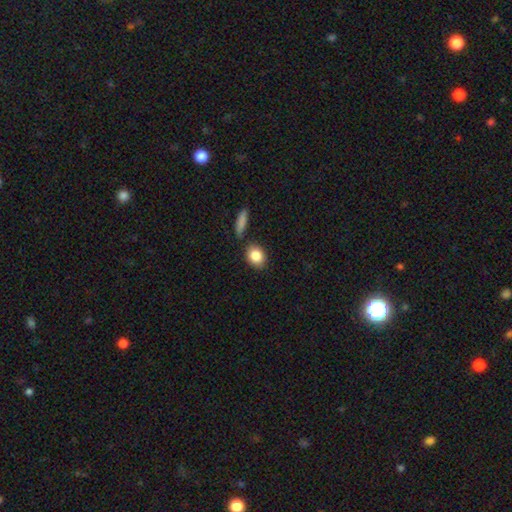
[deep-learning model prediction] The model was most divided on "how rounded": in between: 49%, round: 48%, cigar-shaped: 2%. More confident: smooth or featured — smooth (86%); merging — none (78%).